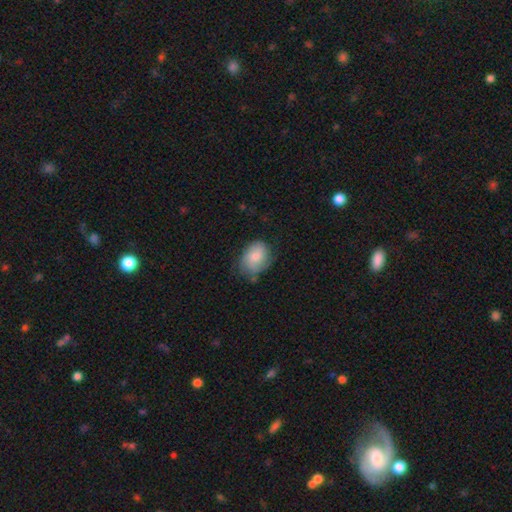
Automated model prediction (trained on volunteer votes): smooth 71%, featured or disk 22%, star or artifact 7%. Down the decision tree: how rounded — in between (69%); merging — none (62%).